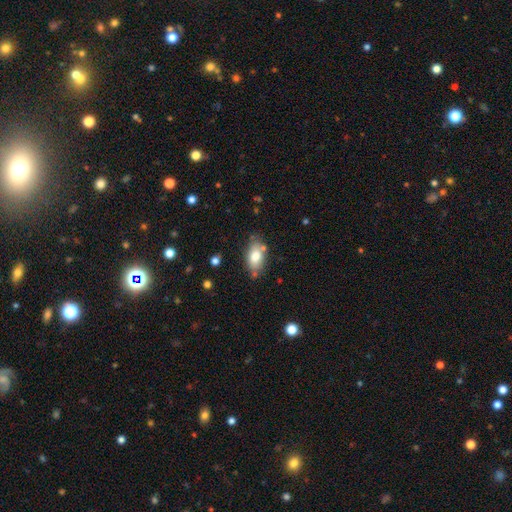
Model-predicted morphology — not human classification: Smooth or featured: smooth — 77% (featured or disk — 16%)
How rounded: in between — 90% (round — 6%)
Merging: none — 73% (minor disturbance — 17%)